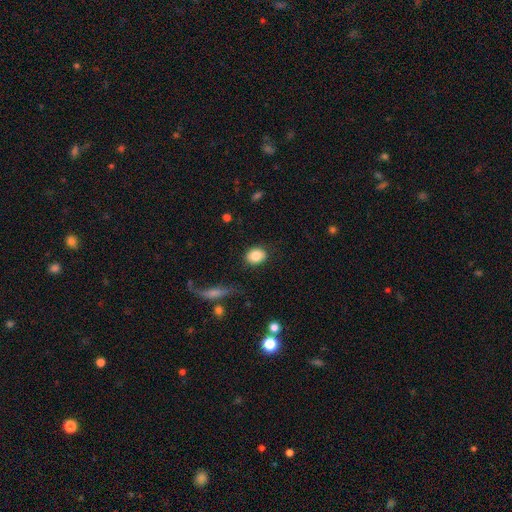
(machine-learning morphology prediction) type=smooth (83%); roundness=round (53%); merging=none (85%).